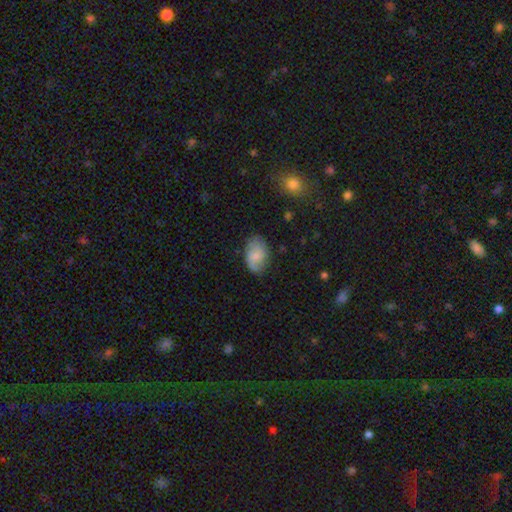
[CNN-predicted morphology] smooth-or-featured: smooth: 67% | featured or disk: 25% | star or artifact: 7%
  how-rounded: in between: 88% | round: 11% | cigar-shaped: 1%
  merging: none: 72% | minor disturbance: 21% | major disturbance: 5% | merger: 1%